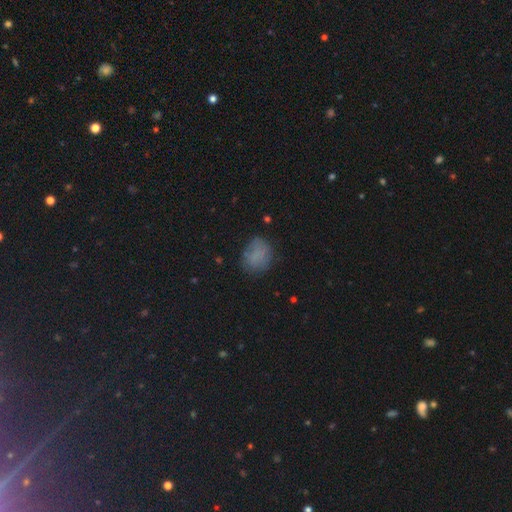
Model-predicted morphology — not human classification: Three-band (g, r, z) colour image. It shows a smooth galaxy with no disk features (74%) that is round (53%). Merging: none (69%).